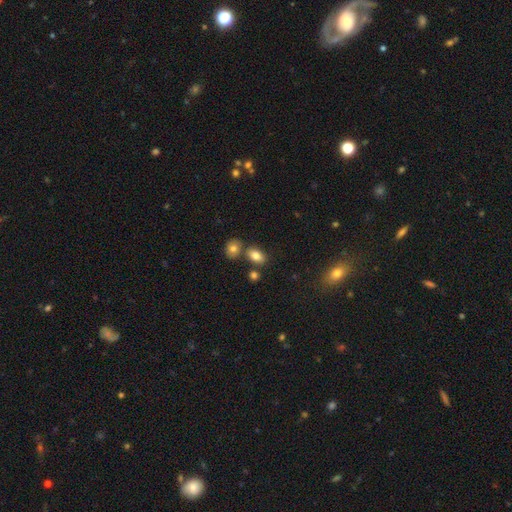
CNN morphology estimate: Smooth or featured: smooth — 81% (star or artifact — 10%)
How rounded: in between — 85% (round — 13%)
Merging: none — 67% (merger — 18%)